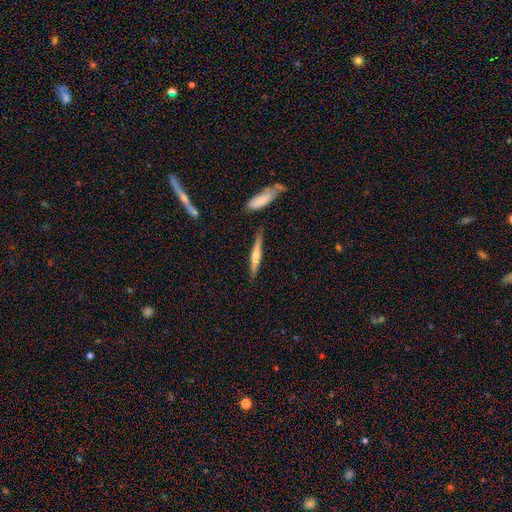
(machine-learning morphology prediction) This appears to be a featured or disk galaxy (49%). Merging: none (80%).